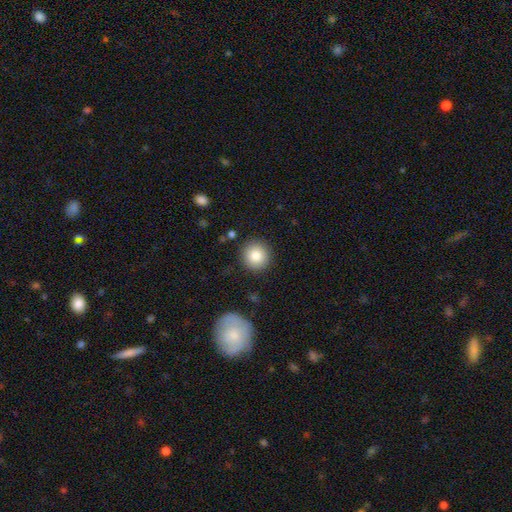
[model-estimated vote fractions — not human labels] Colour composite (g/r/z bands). It shows a smooth galaxy with no disk features (84%) that is round (94%). Merging: none (89%).